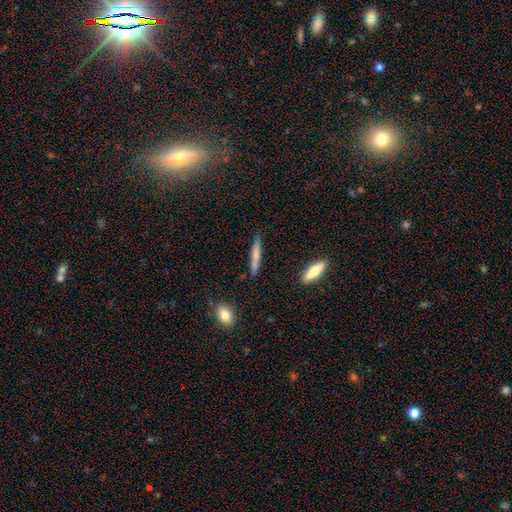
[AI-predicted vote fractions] This is likely a smooth galaxy (68%). How rounded: clearly cigar-shaped (93%). Merging: clearly none (86%).